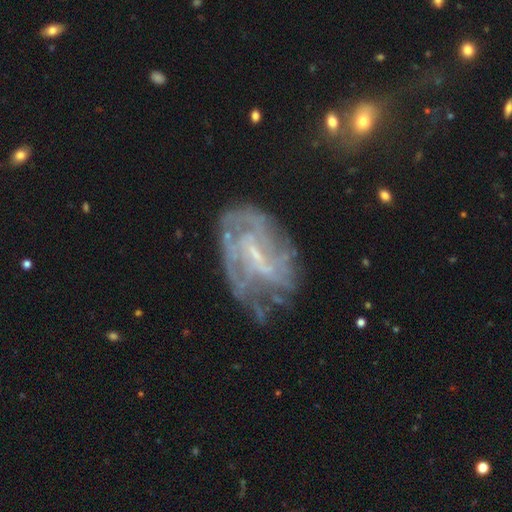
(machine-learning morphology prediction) This appears to be a featured or disk galaxy (80%) with a weak bar (52%), tight (46%) spiral arms (79%) and a small central bulge (62%). Merging: none (54%).